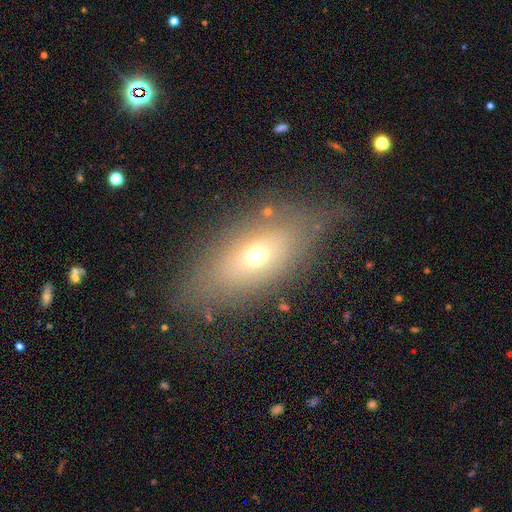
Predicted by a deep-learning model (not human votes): The model was most divided on "smooth or featured": smooth: 57%, featured or disk: 29%, star or artifact: 14%. More confident: how rounded — in between (76%); merging — none (70%).